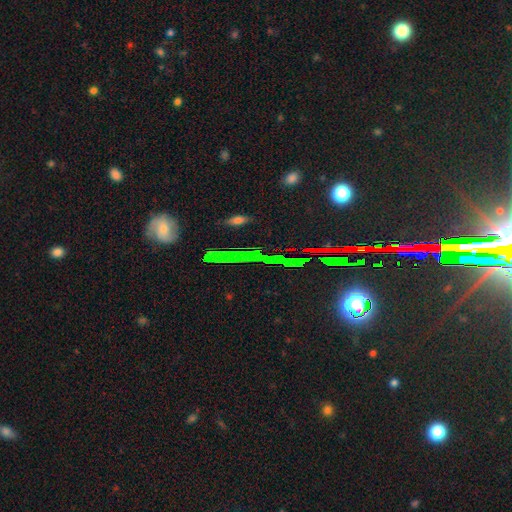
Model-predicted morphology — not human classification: Smooth or featured? Predicted: star or artifact (p=0.67).